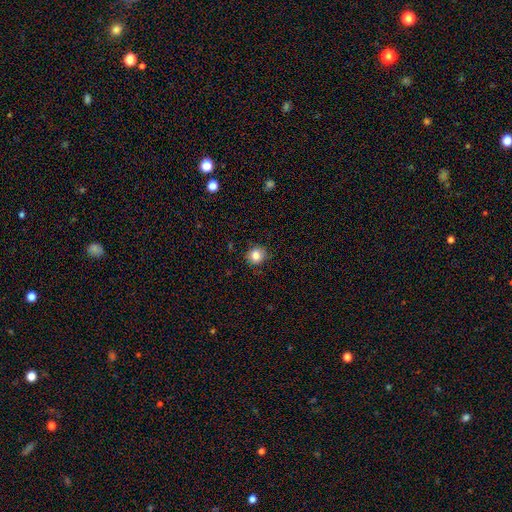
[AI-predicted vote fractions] A smooth galaxy with no disk features (82%) that is round (84%). Merging: none (85%).